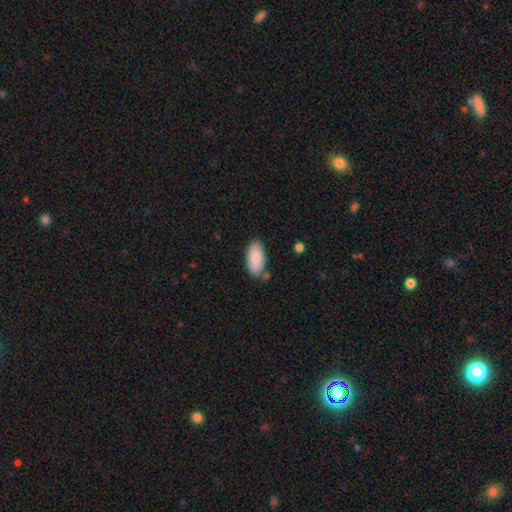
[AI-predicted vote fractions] A smooth galaxy with no disk features (88%) that is in between round and cigar-shaped (91%).

Vote fractions:
- Smooth or featured? smooth: 88% / star or artifact: 6% / featured or disk: 5%
- How rounded? in between: 91% / cigar-shaped: 7% / round: 2%
- Merging? none: 77% / minor disturbance: 15% / merger: 5% / major disturbance: 3%